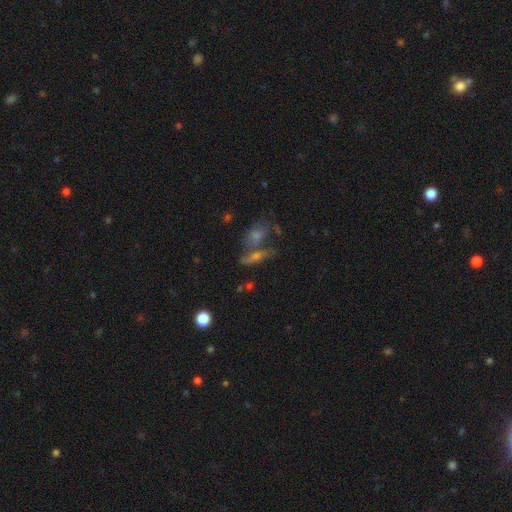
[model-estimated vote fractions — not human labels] Overall: featured or disk (43%; smooth 38%). Merging: none (48%; merger 33%).